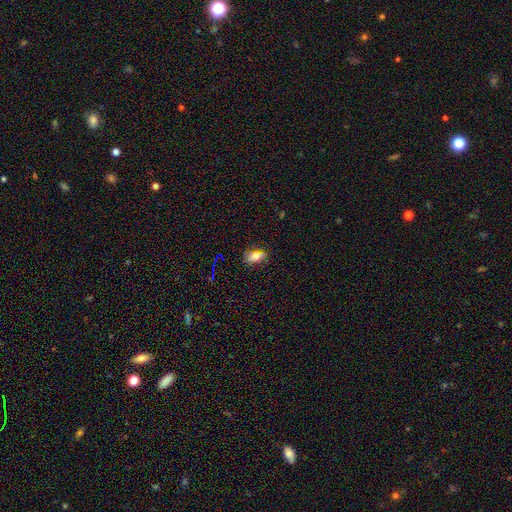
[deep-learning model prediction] smooth 71%, star or artifact 17%, featured or disk 13%. Down the decision tree: how rounded — in between (80%); merging — none (70%).